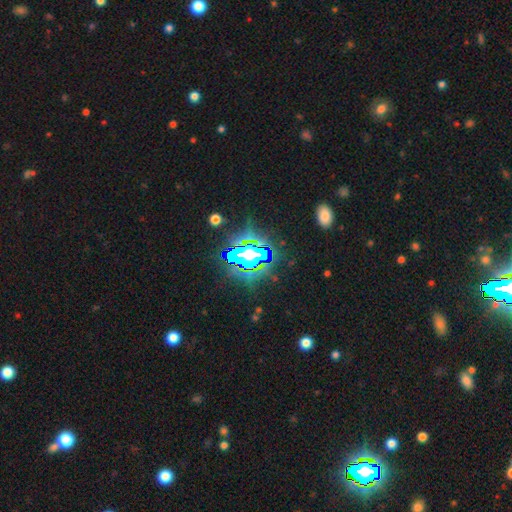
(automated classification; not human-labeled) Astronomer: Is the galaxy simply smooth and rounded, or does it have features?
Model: star or artifact — 75%.